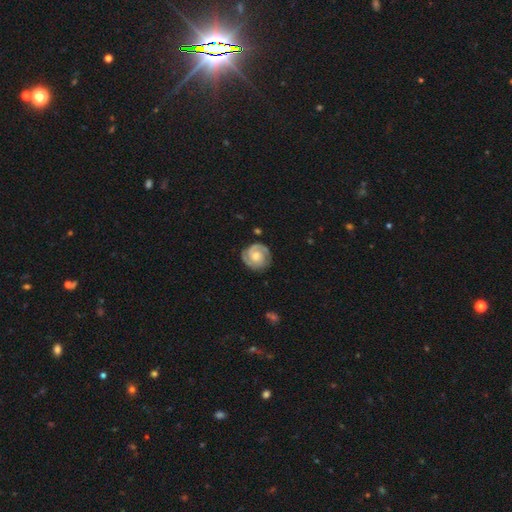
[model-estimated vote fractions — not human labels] Overall: featured or disk (80%). Edge-on disk: no (98%). Bar: no (68%). Spiral arms: yes (96%). Spiral arm count: 2 (68%). Spiral winding: tight (68%). Bulge size: moderate (50%; small 32%). Merging: none (79%).